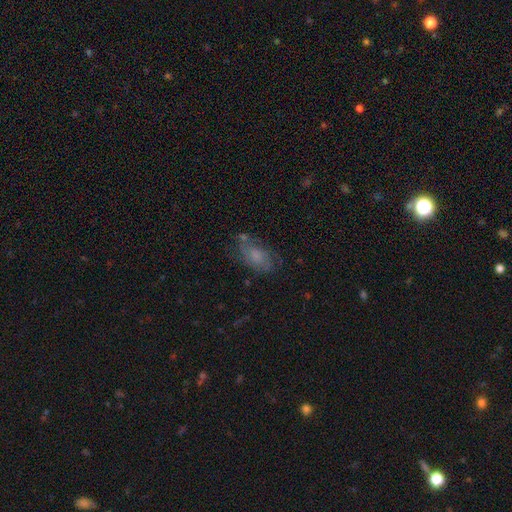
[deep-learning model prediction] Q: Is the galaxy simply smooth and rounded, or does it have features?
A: smooth — 50%.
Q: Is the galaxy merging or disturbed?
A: none — 56%.